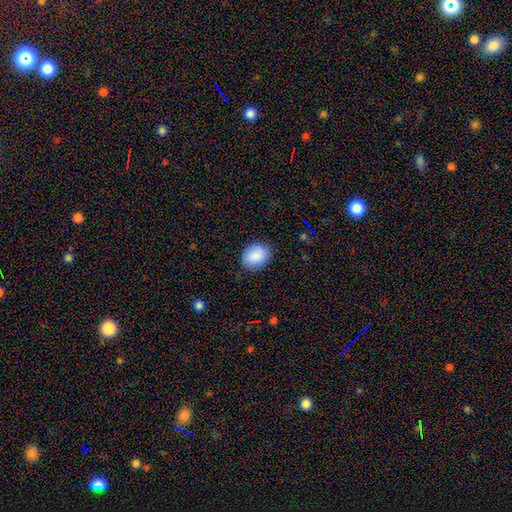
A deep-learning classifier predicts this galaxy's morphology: A smooth galaxy with no disk features (89%) that is in between round and cigar-shaped (59%). Merging: none (84%).